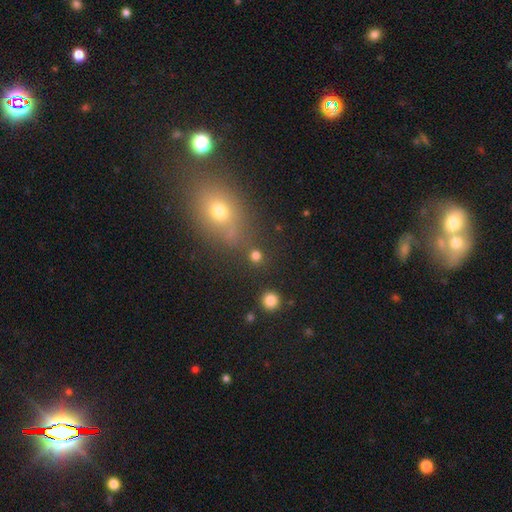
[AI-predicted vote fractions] smooth 79%, star or artifact 16%, featured or disk 5%. Down the decision tree: how rounded — round (90%); merging — none (82%).